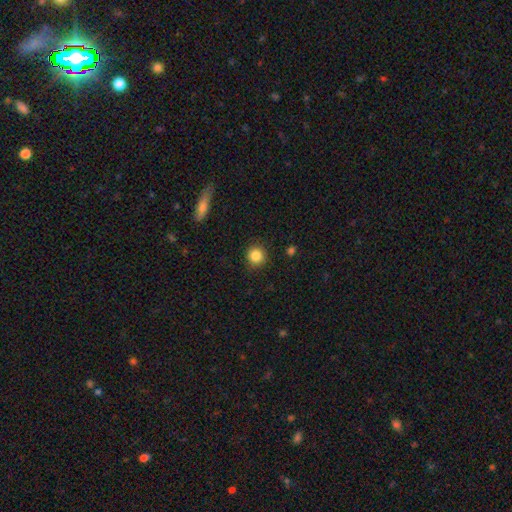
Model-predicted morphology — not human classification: Smooth or featured: smooth — 85% (star or artifact — 10%)
How rounded: round — 92% (in between — 7%)
Merging: none — 90% (minor disturbance — 7%)